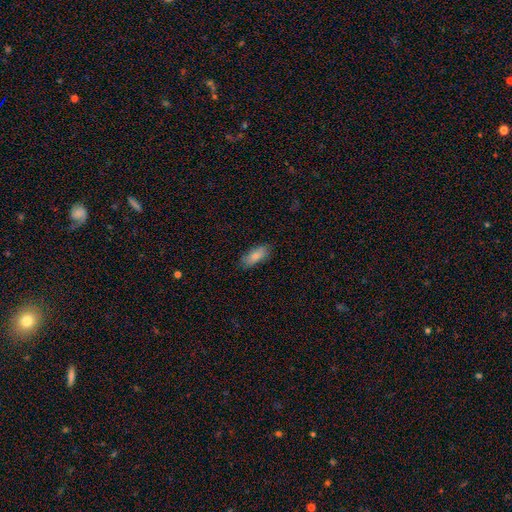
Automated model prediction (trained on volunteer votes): Smooth or featured? Predicted: smooth (p=0.83). How rounded? Predicted: in between (p=0.78). Merging? Predicted: none (p=0.81).